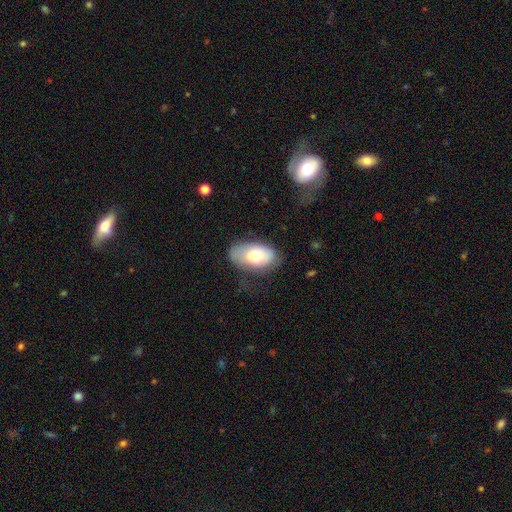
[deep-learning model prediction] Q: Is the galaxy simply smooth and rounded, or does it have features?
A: smooth — 72%.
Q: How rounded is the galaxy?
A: in between — 94%.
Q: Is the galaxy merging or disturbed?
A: none — 59%.